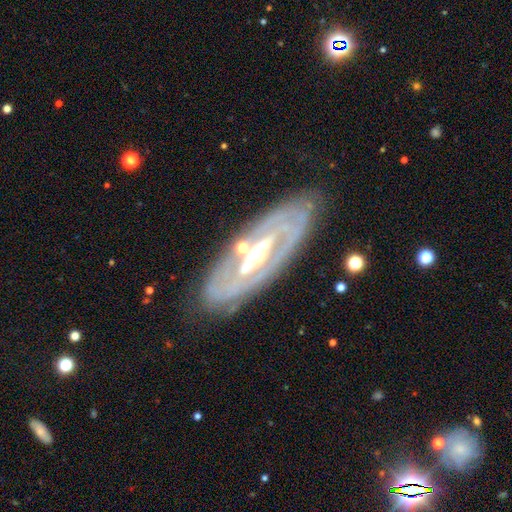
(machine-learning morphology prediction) featured or disk 84%, smooth 11%, star or artifact 5%. Down the decision tree: edge-on disk — no (79%); bar — strong (47%); spiral arms — yes (62%); bulge size — moderate (67%); merging — none (77%).